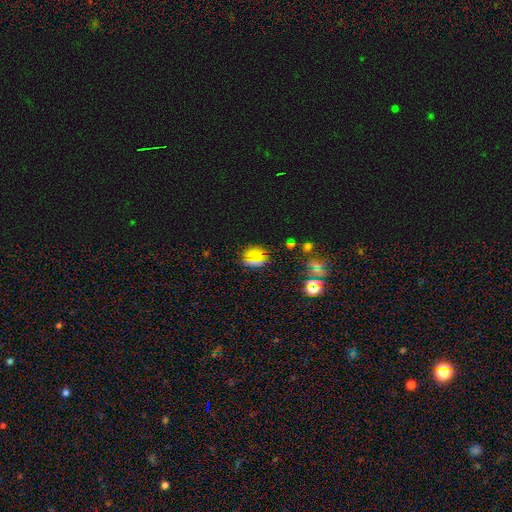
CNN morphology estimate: Smooth or featured?
  - smooth: 54% *
  - star or artifact: 36%
  - featured or disk: 10%
How rounded?
  - round: 64% *
  - in between: 33%
  - cigar-shaped: 3%
Merging?
  - none: 77% *
  - minor disturbance: 13%
  - major disturbance: 6%
  - merger: 4%